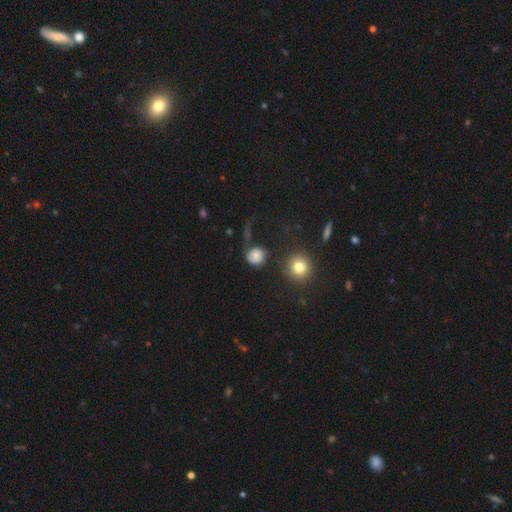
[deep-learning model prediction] The model was most divided on "merging": none: 53%, major disturbance: 21%, minor disturbance: 19%, merger: 7%. More confident: how rounded — round (87%); smooth or featured — smooth (70%).